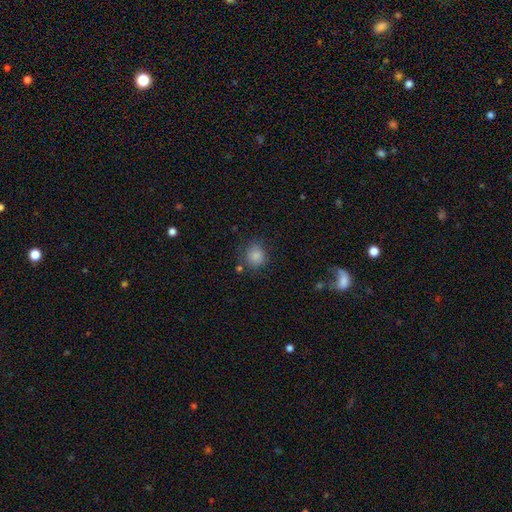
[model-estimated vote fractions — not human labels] smooth-or-featured: smooth: 85% | star or artifact: 10% | featured or disk: 5%
  how-rounded: round: 80% | in between: 19% | cigar-shaped: 1%
  merging: none: 73% | minor disturbance: 17% | major disturbance: 5% | merger: 4%